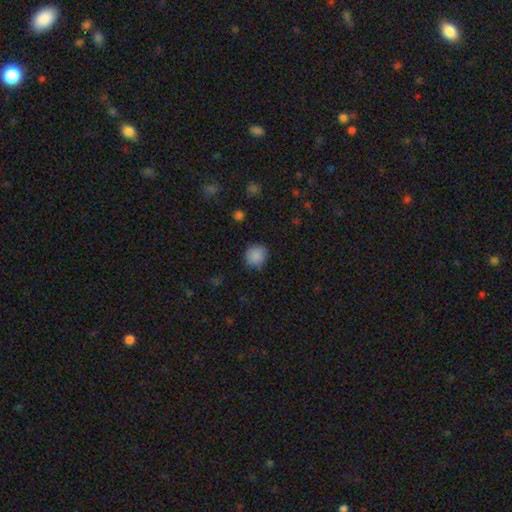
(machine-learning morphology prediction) A smooth galaxy with no disk features (86%) that is round (86%). Merging: none (80%).